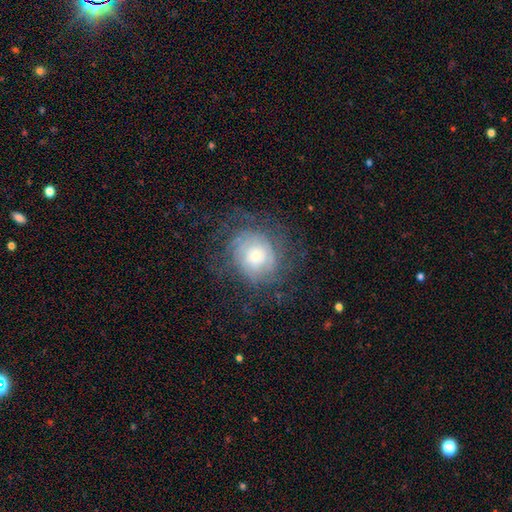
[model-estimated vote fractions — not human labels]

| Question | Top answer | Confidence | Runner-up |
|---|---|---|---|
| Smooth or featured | featured or disk | 65% | smooth (26%) |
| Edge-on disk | no | 97% | yes (3%) |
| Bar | no | 74% | weak (22%) |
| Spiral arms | yes | 83% | no (17%) |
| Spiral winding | tight | 65% | medium (25%) |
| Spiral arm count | can't tell | 56% | 2 (16%) |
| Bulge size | small | 56% | moderate (35%) |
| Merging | none | 67% | minor disturbance (17%) |